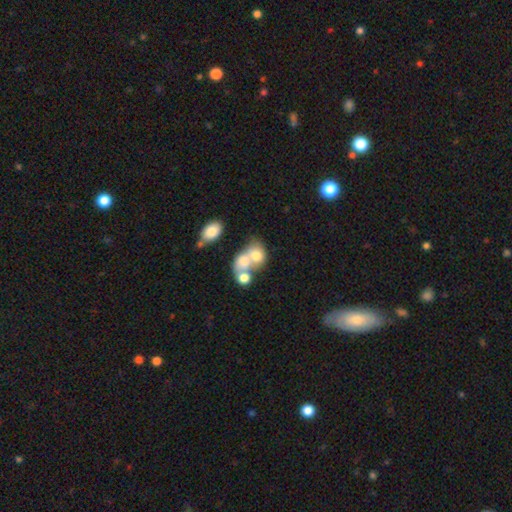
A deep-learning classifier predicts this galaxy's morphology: Overall: smooth (66%). How rounded: in between (55%; round 44%). Merging: merger (67%).